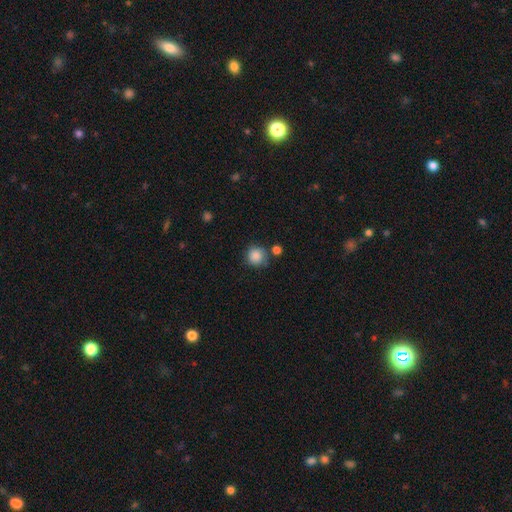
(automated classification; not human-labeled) Morphology: type=smooth (86%); roundness=round (92%); merging=none (74%).